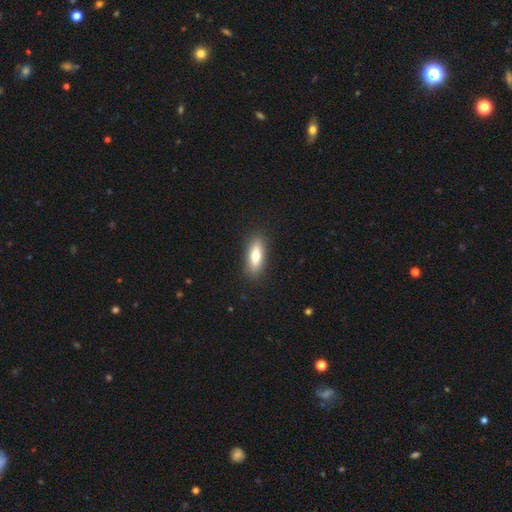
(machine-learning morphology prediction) This appears to be a smooth galaxy with no disk features (72%) that is in between round and cigar-shaped (63%). Merging: none (89%).